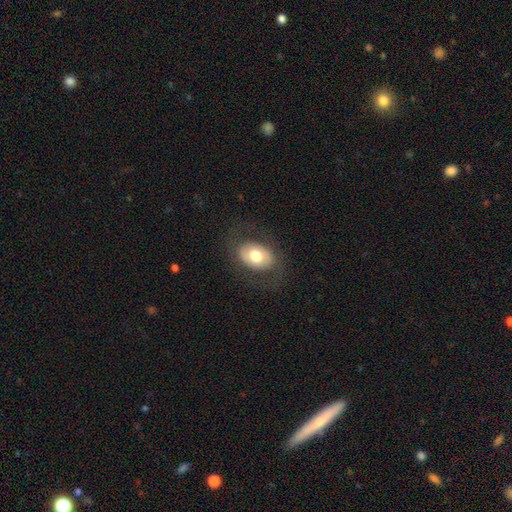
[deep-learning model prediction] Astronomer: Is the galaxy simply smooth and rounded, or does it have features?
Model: smooth — 62%.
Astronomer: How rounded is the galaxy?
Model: in between — 78%.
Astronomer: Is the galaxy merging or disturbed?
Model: none — 76%.